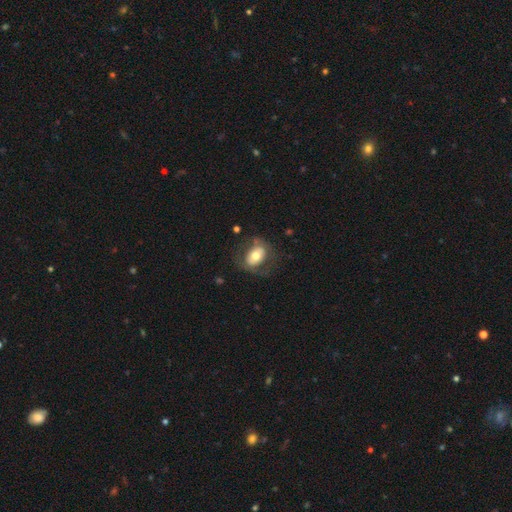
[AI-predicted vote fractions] This is possibly a smooth galaxy (57%). How rounded: likely in between (77%). Merging: likely none (64%).